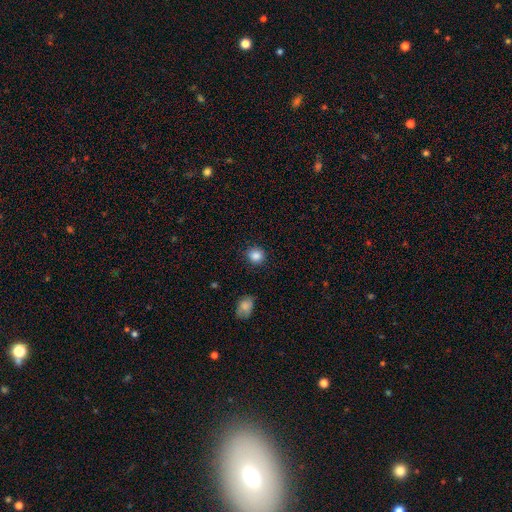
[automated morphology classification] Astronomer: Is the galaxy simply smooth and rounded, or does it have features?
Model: smooth — 86%.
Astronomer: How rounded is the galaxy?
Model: round — 87%.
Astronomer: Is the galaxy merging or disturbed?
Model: none — 87%.